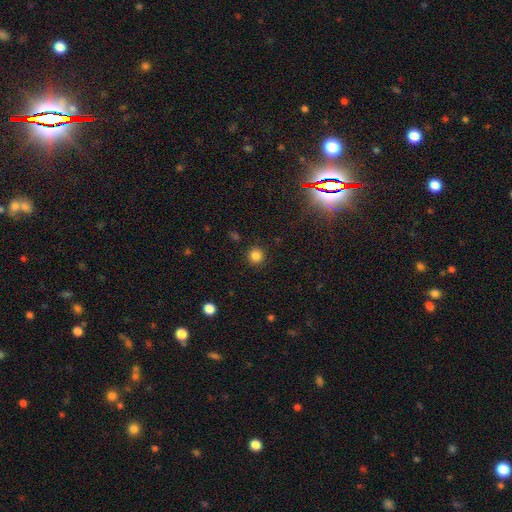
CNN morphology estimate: type=smooth (84%); roundness=round (94%); merging=none (91%).